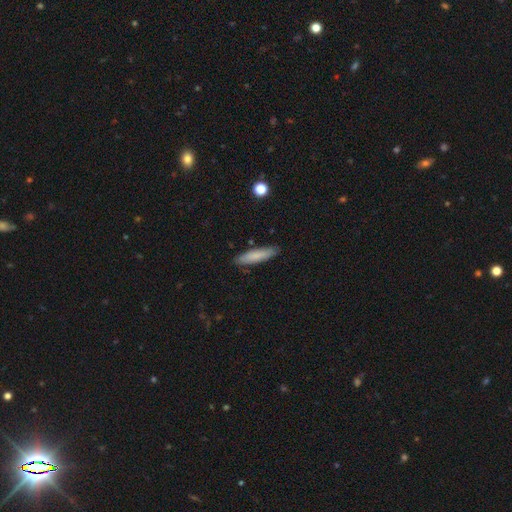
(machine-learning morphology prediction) A smooth galaxy with no disk features (80%) that is cigar-shaped (78%).

Vote fractions:
- Smooth or featured? smooth: 80% / featured or disk: 14% / star or artifact: 6%
- How rounded? cigar-shaped: 78% / in between: 21% / round: 1%
- Merging? none: 86% / minor disturbance: 10% / major disturbance: 2% / merger: 1%